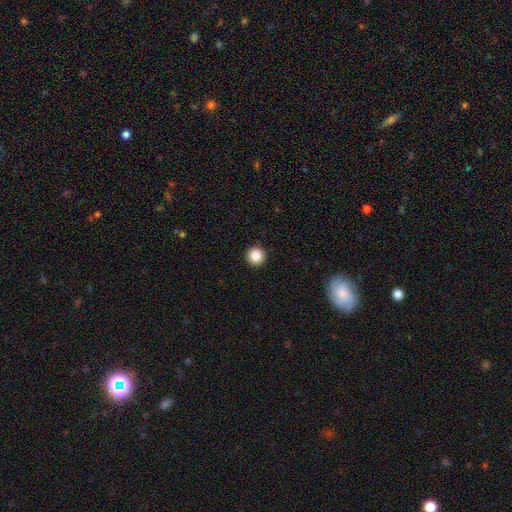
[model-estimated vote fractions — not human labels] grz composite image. It shows a smooth galaxy with no disk features (87%) that is round (96%). Merging: none (93%).